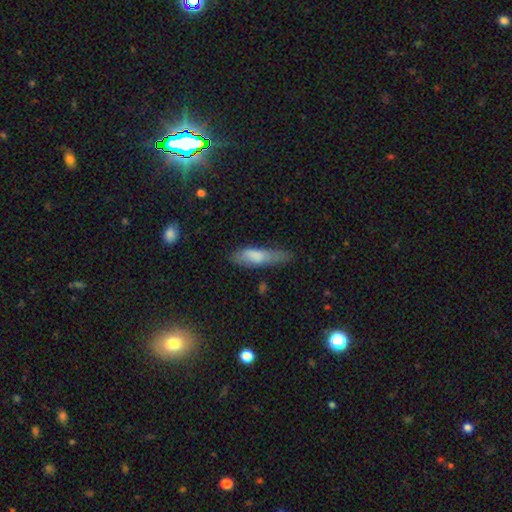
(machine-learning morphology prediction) This appears to be a smooth galaxy with no disk features (76%) that is cigar-shaped (54%). Merging: none (49%).